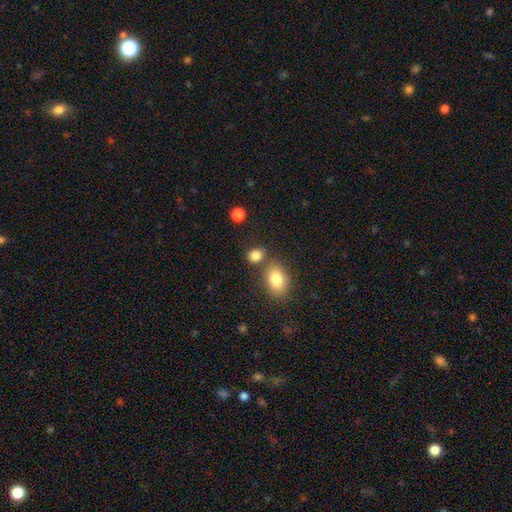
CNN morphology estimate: smooth-or-featured: smooth: 84% | star or artifact: 10% | featured or disk: 6%
  how-rounded: in between: 53% | round: 45% | cigar-shaped: 2%
  merging: none: 67% | merger: 18% | minor disturbance: 11% | major disturbance: 4%